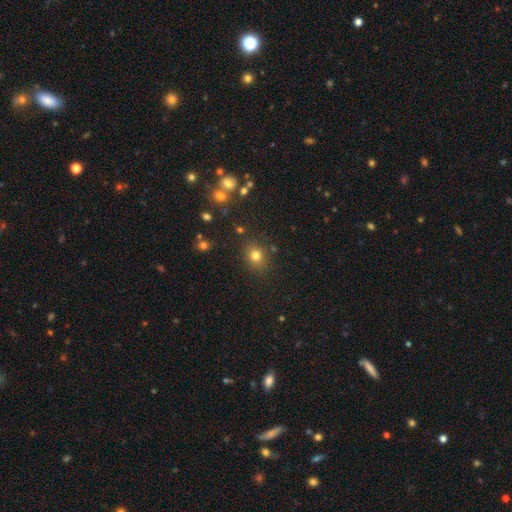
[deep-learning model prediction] This is likely a smooth galaxy (76%). How rounded: likely round (68%). Merging: clearly none (83%).